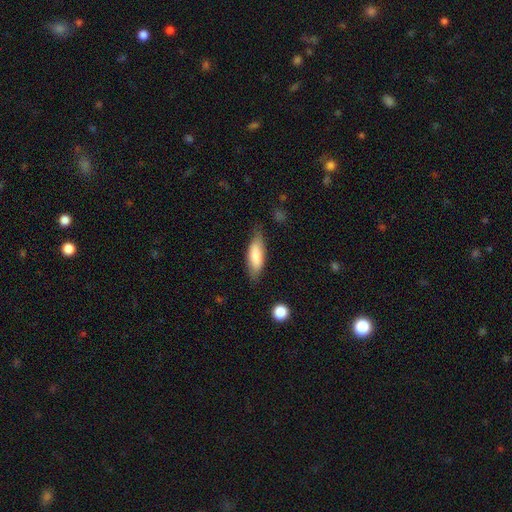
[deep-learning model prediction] Smooth or featured? smooth (77%)
How rounded? in between (59%)
Merging? none (71%)